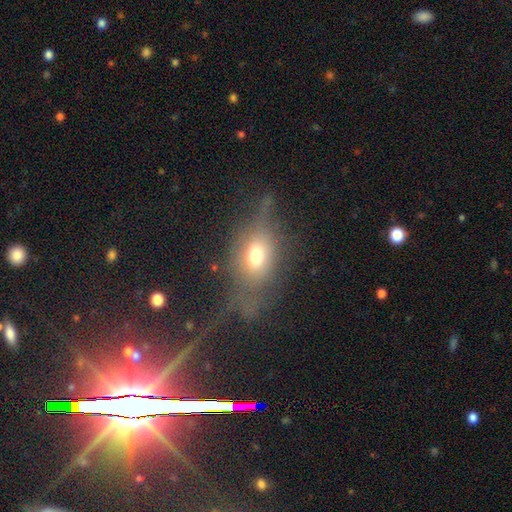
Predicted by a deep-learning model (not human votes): smooth-or-featured: smooth: 56% | featured or disk: 32% | star or artifact: 13%
  how-rounded: in between: 68% | round: 24% | cigar-shaped: 8%
  merging: none: 41% | major disturbance: 34% | minor disturbance: 20% | merger: 4%